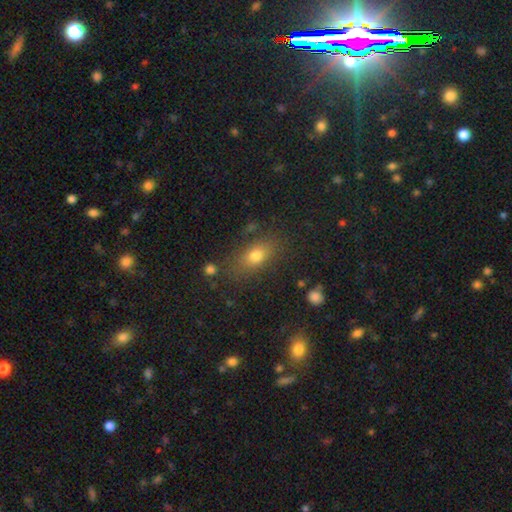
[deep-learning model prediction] Smooth or featured: smooth — 74% (featured or disk — 13%)
How rounded: in between — 75% (round — 17%)
Merging: none — 77% (minor disturbance — 14%)